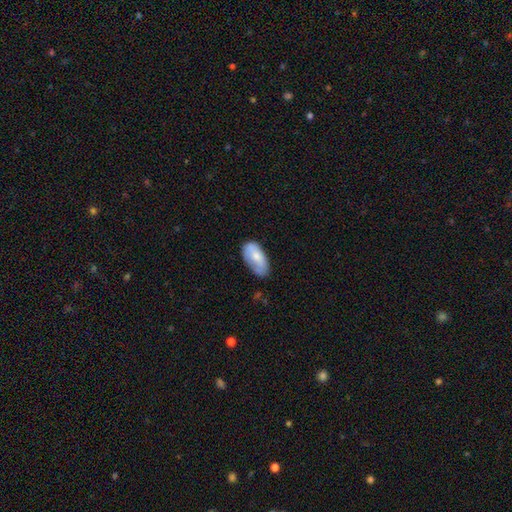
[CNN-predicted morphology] Smooth or featured? Predicted: smooth (p=0.70). How rounded? Predicted: in between (p=0.93). Merging? Predicted: none (p=0.55).